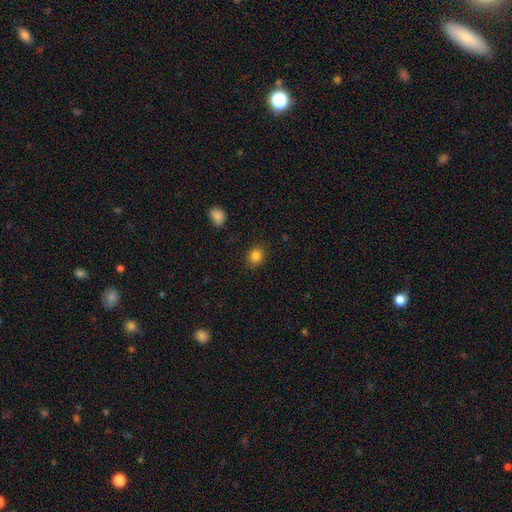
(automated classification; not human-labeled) Smooth or featured? smooth (84%)
How rounded? round (65%)
Merging? none (87%)